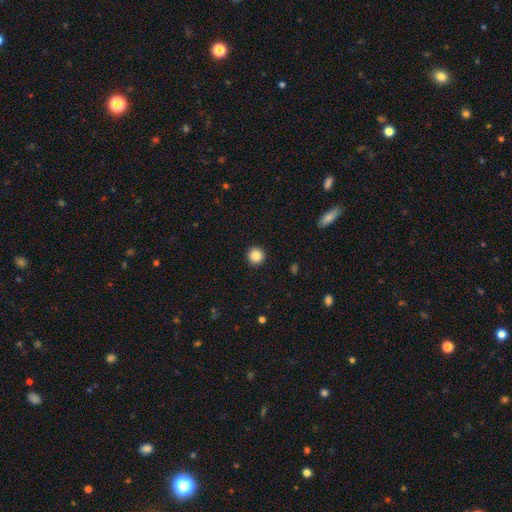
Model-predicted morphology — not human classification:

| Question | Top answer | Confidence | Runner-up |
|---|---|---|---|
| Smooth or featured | smooth | 86% | star or artifact (10%) |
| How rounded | round | 96% | in between (3%) |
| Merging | none | 93% | minor disturbance (4%) |